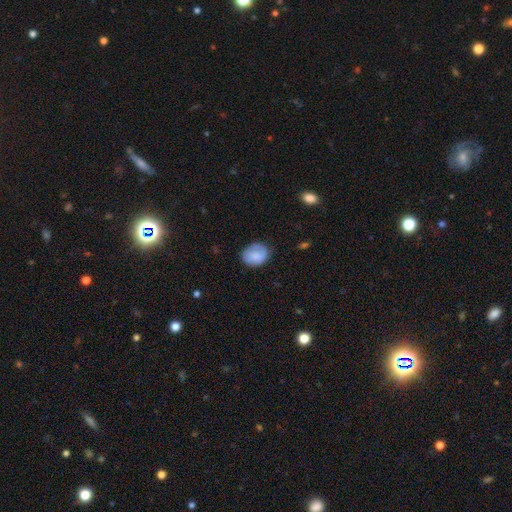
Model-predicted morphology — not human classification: Smooth or featured?
  - smooth: 76% *
  - featured or disk: 17%
  - star or artifact: 8%
How rounded?
  - round: 55% *
  - in between: 44%
  - cigar-shaped: 1%
Merging?
  - none: 64% *
  - minor disturbance: 25%
  - major disturbance: 9%
  - merger: 2%